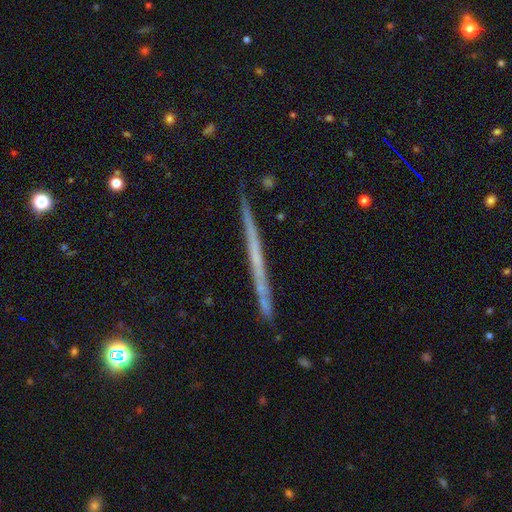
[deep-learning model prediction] Overall: featured or disk (61%; smooth 32%). Edge-on disk: yes (97%). Edge-on bulge: none (91%). Merging: none (88%).